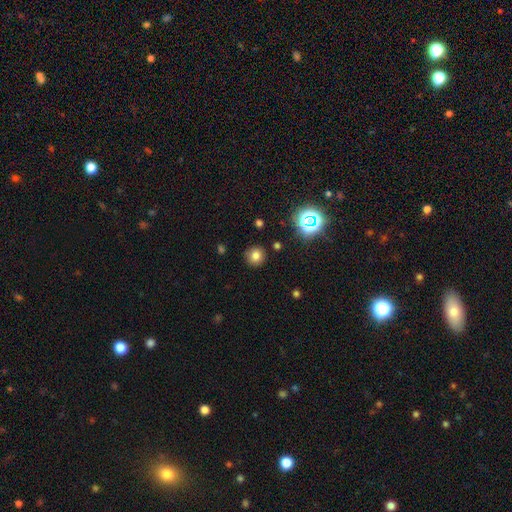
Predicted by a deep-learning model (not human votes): smooth-or-featured: smooth: 76% | star or artifact: 18% | featured or disk: 6%
  how-rounded: round: 92% | in between: 7% | cigar-shaped: 1%
  merging: none: 88% | minor disturbance: 7% | major disturbance: 2% | merger: 2%